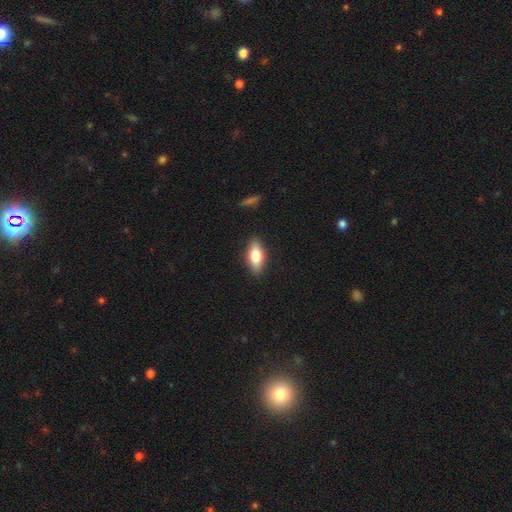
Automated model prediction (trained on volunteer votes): The model was most divided on "smooth or featured": smooth: 72%, featured or disk: 21%, star or artifact: 7%. More confident: merging — none (87%); how rounded — in between (79%).